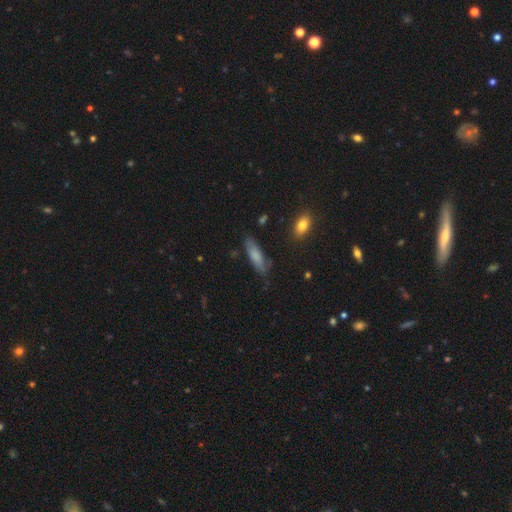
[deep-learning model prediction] The model was most divided on "how rounded": cigar-shaped: 56%, in between: 42%, round: 2%. More confident: merging — none (73%); smooth or featured — smooth (73%).